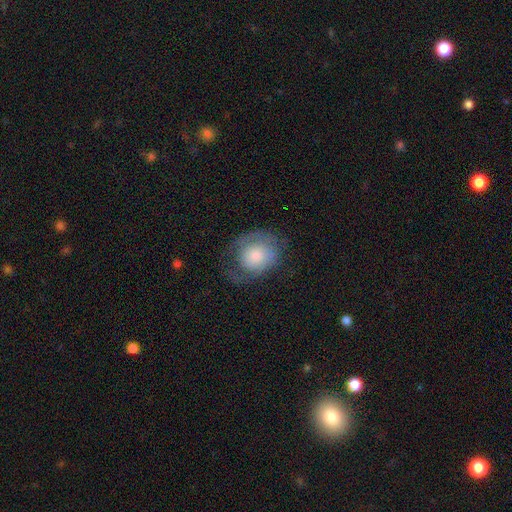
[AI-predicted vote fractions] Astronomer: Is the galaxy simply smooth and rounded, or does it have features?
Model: smooth — 54% (runner-up: featured or disk, 38%).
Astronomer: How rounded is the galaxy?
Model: round — 57% (runner-up: in between, 42%).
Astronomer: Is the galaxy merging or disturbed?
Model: none — 52%.